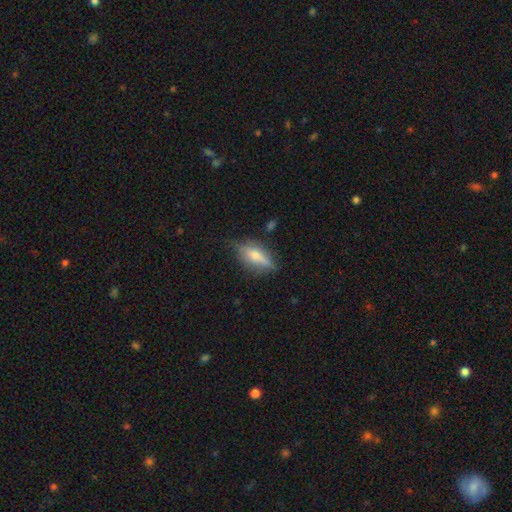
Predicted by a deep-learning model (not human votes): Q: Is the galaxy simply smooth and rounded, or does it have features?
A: smooth — 53%.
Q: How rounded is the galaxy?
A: in between — 65%.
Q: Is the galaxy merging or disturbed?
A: none — 67%.